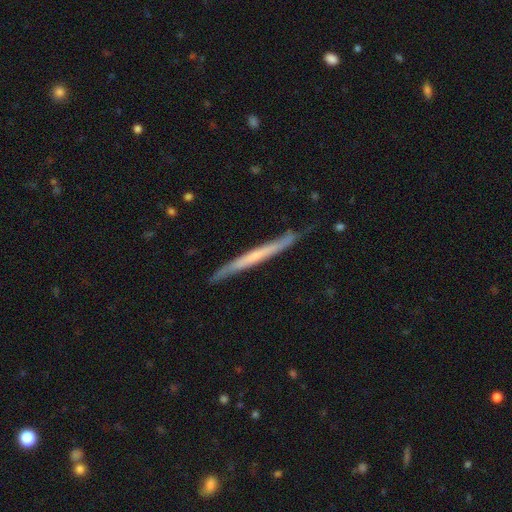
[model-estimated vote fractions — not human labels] This is possibly a featured or disk galaxy (59%). It is clearly viewed edge-on (95%). Edge-on bulge: likely none (78%). Merging: clearly none (81%).